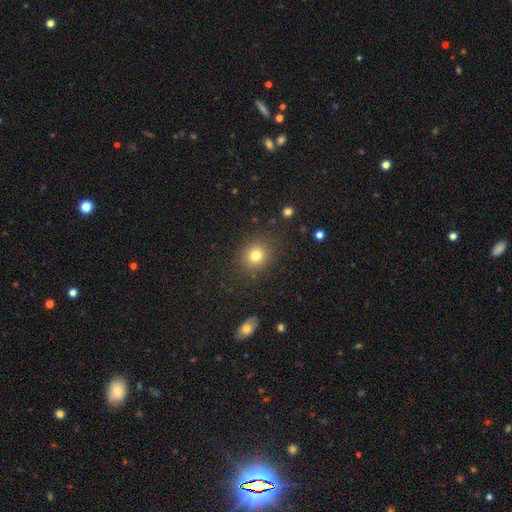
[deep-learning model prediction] Q: Smooth or featured?
A: smooth (79%); runner-up: star or artifact (13%)
Q: How rounded?
A: round (79%); runner-up: in between (20%)
Q: Merging?
A: none (87%); runner-up: minor disturbance (8%)